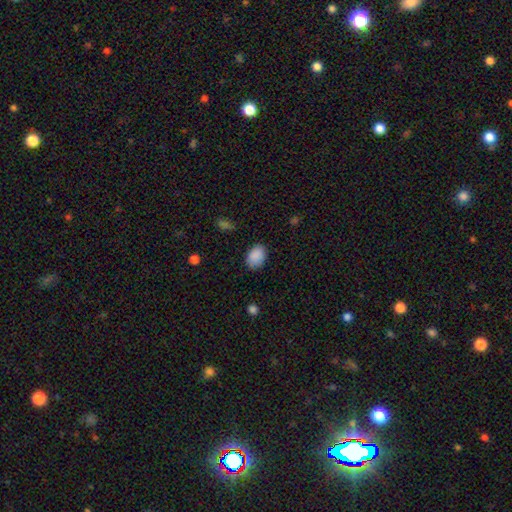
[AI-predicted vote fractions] A smooth galaxy with no disk features (89%) that is in between round and cigar-shaped (78%).

Vote fractions:
- Smooth or featured? smooth: 89% / star or artifact: 8% / featured or disk: 4%
- How rounded? in between: 78% / round: 21% / cigar-shaped: 1%
- Merging? none: 82% / minor disturbance: 14% / major disturbance: 3% / merger: 1%